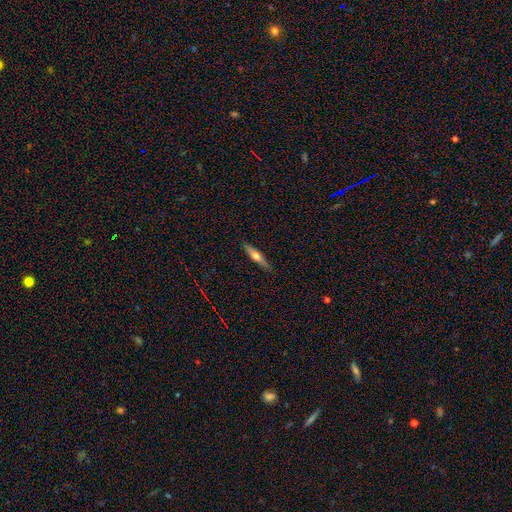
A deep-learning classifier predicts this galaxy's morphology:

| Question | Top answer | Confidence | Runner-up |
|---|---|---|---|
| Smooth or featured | featured or disk | 49% | smooth (45%) |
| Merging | none | 88% | minor disturbance (9%) |